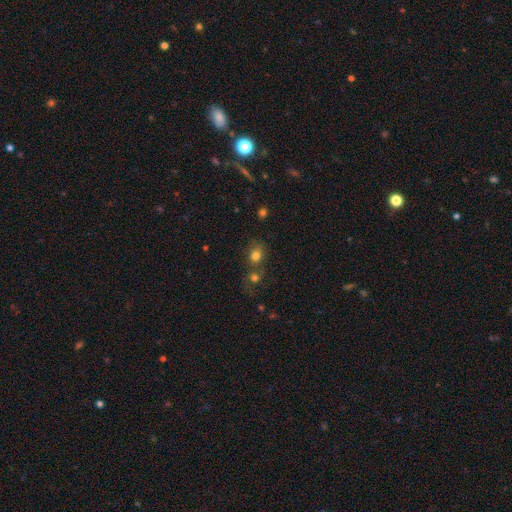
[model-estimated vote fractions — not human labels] Overall: smooth (76%). How rounded: round (64%; in between 35%). Merging: merger (43%; none 40%).